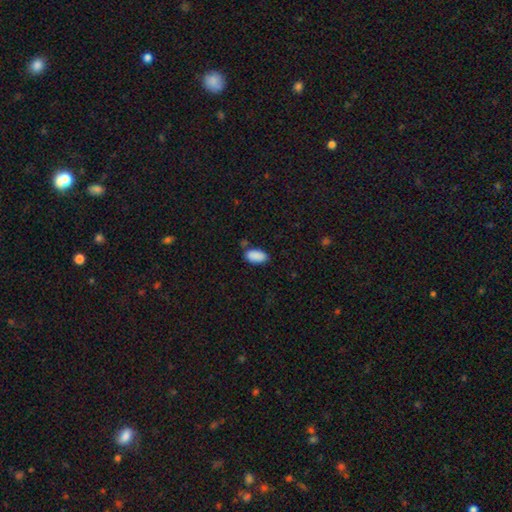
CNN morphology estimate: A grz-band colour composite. It shows a smooth galaxy with no disk features (89%) that is in between round and cigar-shaped (94%). Merging: none (71%).